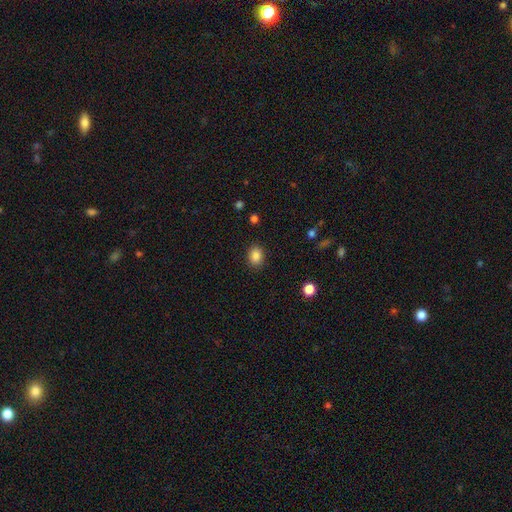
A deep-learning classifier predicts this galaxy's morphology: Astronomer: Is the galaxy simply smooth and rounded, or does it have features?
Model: smooth — 86%.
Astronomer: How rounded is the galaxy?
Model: in between — 57% (runner-up: round, 42%).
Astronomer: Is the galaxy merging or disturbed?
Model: none — 88%.